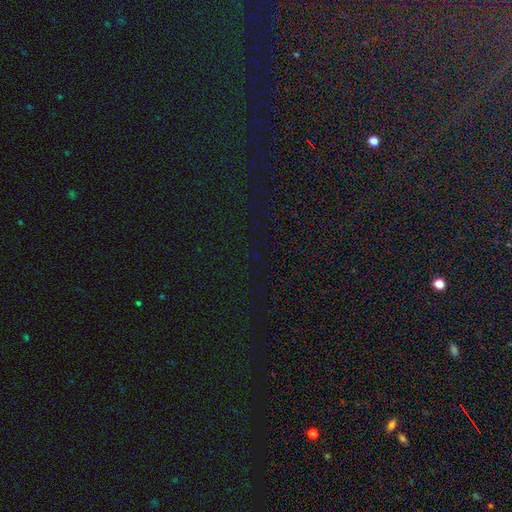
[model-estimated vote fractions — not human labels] smooth-or-featured: star or artifact: 74% | smooth: 19% | featured or disk: 7%